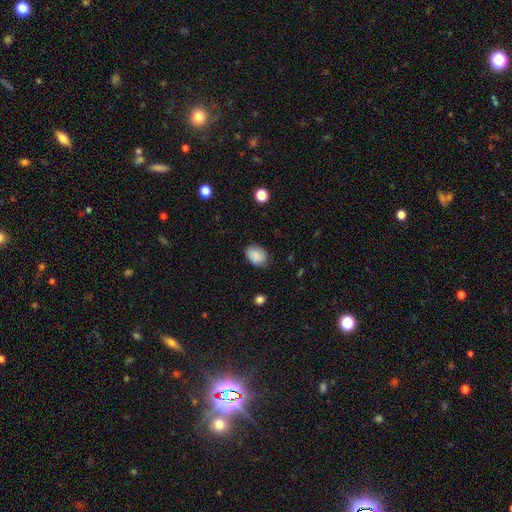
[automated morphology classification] Smooth or featured? Predicted: smooth (p=0.85). How rounded? Predicted: in between (p=0.78). Merging? Predicted: none (p=0.79).